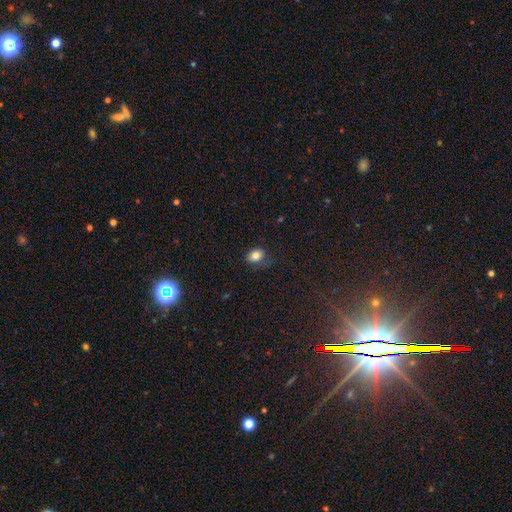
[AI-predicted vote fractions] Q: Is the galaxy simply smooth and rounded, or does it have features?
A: smooth — 81%.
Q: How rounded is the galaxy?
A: in between — 58%.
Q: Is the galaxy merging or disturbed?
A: none — 74%.